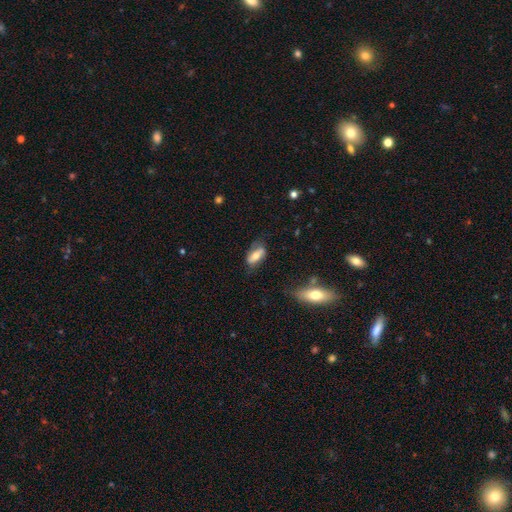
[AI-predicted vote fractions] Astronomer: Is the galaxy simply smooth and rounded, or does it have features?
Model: smooth — 54% (runner-up: featured or disk, 38%).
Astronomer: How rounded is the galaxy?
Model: in between — 83%.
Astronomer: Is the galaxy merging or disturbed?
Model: none — 63%.